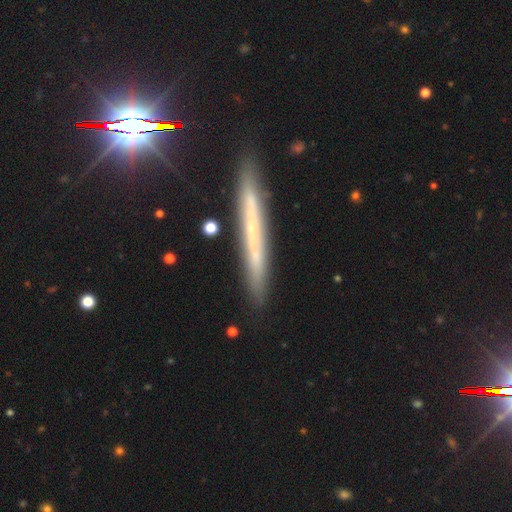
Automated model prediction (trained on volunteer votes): Morphology: type=featured or disk (51%); edge-on=yes (92%); merging=none (84%).